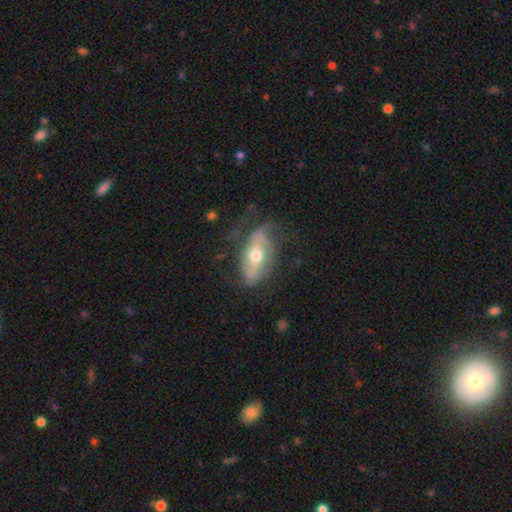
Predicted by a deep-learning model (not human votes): The model was most divided on "bar": no: 36%, strong: 35%, weak: 29%. More confident: edge-on disk — no (84%); spiral arms — yes (77%); smooth or featured — featured or disk (72%); bulge size — moderate (68%); merging — none (59%).